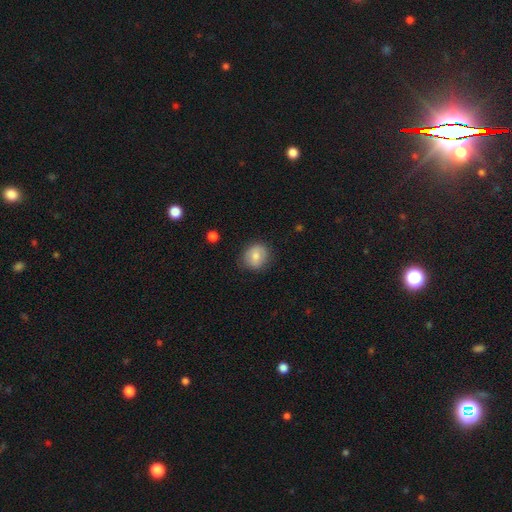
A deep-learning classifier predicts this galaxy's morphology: Q: Smooth or featured?
A: smooth (78%); runner-up: featured or disk (14%)
Q: How rounded?
A: round (71%); runner-up: in between (28%)
Q: Merging?
A: none (81%); runner-up: minor disturbance (14%)